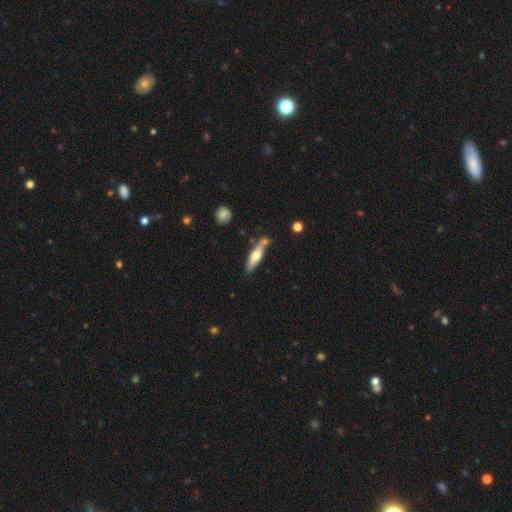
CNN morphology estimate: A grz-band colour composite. It shows a smooth galaxy with no disk features (51%) that is cigar-shaped (70%). Merging: none (67%).